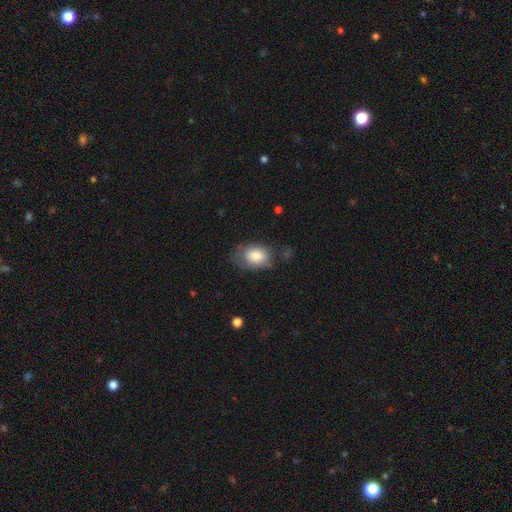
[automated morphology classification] type=smooth (80%); roundness=in between (75%); merging=none (56%).